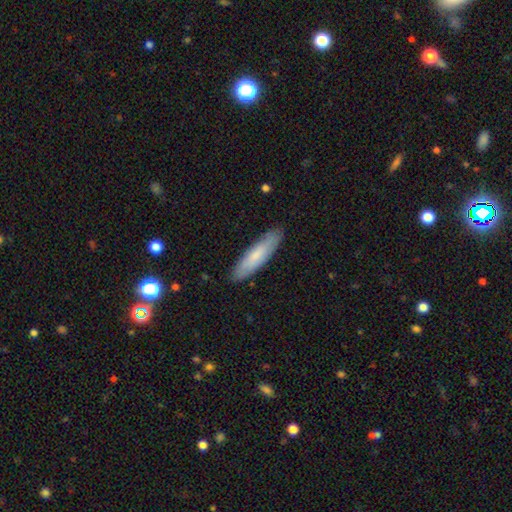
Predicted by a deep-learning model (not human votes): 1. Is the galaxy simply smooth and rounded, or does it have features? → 70% smooth, 24% featured or disk, 6% star or artifact.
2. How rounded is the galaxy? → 76% cigar-shaped, 22% in between, 1% round.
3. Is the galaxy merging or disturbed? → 88% none, 9% minor disturbance, 2% major disturbance, 1% merger.